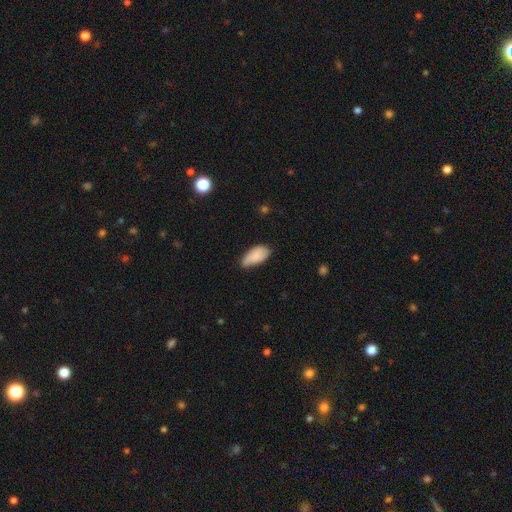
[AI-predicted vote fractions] The model was most divided on "merging": minor disturbance: 45%, none: 44%, major disturbance: 9%, merger: 2%. More confident: how rounded — in between (93%); smooth or featured — smooth (80%).